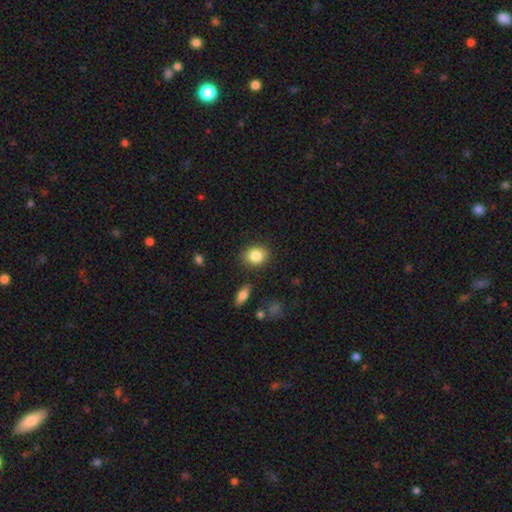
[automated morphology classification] smooth 85%, star or artifact 8%, featured or disk 7%. Down the decision tree: how rounded — round (55%); merging — none (83%).